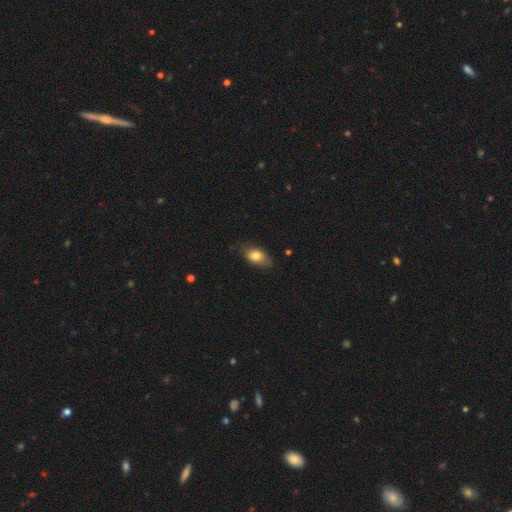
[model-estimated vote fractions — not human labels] A smooth galaxy with no disk features (78%) that is in between round and cigar-shaped (88%).

Vote fractions:
- Smooth or featured? smooth: 78% / featured or disk: 15% / star or artifact: 7%
- How rounded? in between: 88% / round: 8% / cigar-shaped: 4%
- Merging? none: 70% / minor disturbance: 24% / major disturbance: 5% / merger: 1%